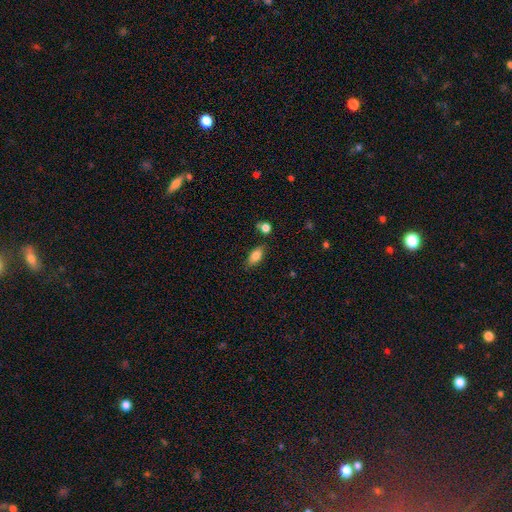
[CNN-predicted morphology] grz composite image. It shows a smooth galaxy with no disk features (81%) that is in between round and cigar-shaped (86%). Merging: none (76%).